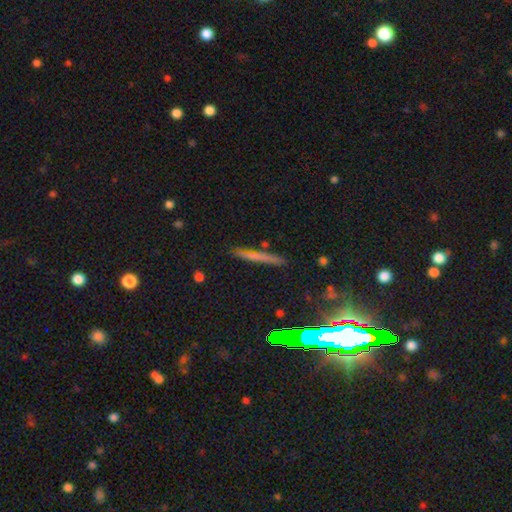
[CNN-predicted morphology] smooth 54%, featured or disk 33%, star or artifact 13%. Down the decision tree: how rounded — cigar-shaped (94%); merging — none (85%).